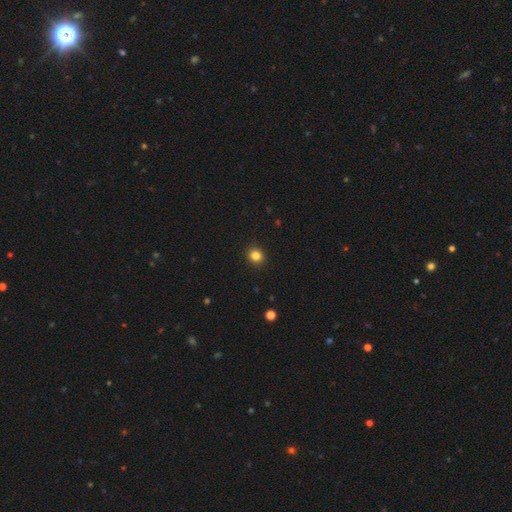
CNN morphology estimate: A smooth galaxy with no disk features (83%) that is round (82%).

Vote fractions:
- Smooth or featured? smooth: 83% / star or artifact: 12% / featured or disk: 5%
- How rounded? round: 82% / in between: 17% / cigar-shaped: 1%
- Merging? none: 91% / minor disturbance: 6% / major disturbance: 2% / merger: 1%